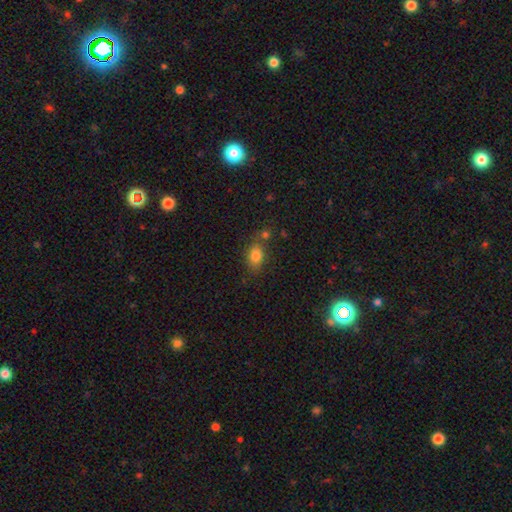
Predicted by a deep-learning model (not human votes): Smooth or featured?
  - smooth: 81% *
  - star or artifact: 11%
  - featured or disk: 8%
How rounded?
  - in between: 70% *
  - round: 28%
  - cigar-shaped: 2%
Merging?
  - none: 64% *
  - minor disturbance: 16%
  - merger: 15%
  - major disturbance: 5%